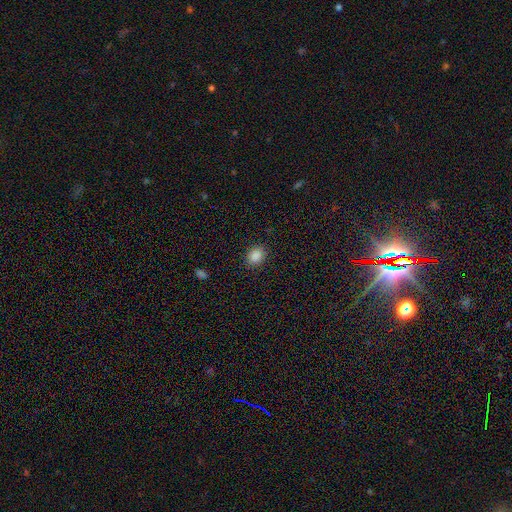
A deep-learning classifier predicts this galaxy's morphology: Smooth or featured?
  - smooth: 87% *
  - star or artifact: 10%
  - featured or disk: 3%
How rounded?
  - in between: 58% *
  - round: 41%
  - cigar-shaped: 1%
Merging?
  - none: 88% *
  - minor disturbance: 9%
  - major disturbance: 3%
  - merger: 1%